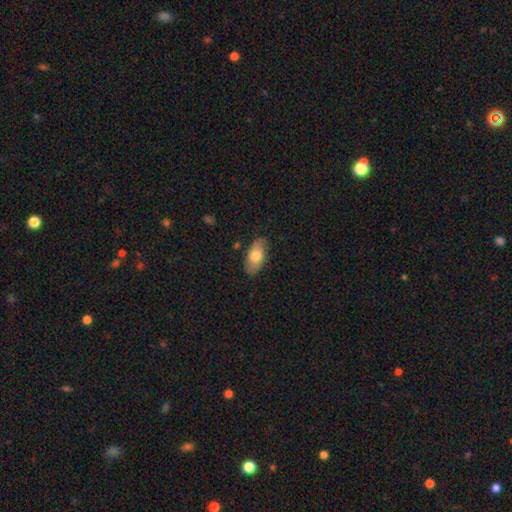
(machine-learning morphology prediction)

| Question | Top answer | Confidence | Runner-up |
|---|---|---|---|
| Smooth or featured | smooth | 73% | featured or disk (20%) |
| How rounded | in between | 92% | cigar-shaped (4%) |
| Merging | none | 81% | minor disturbance (15%) |